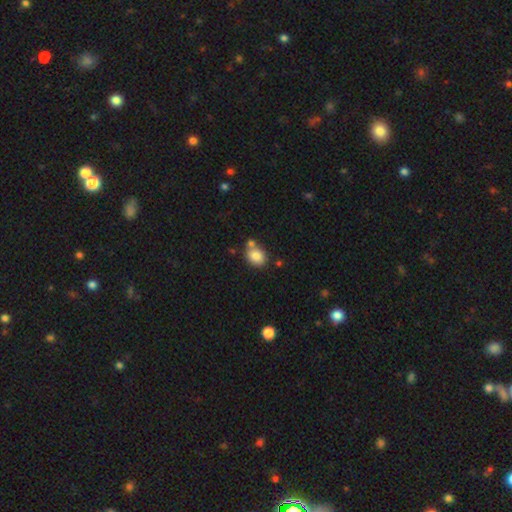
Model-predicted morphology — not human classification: type=smooth (84%); roundness=round (51%); merging=none (65%).